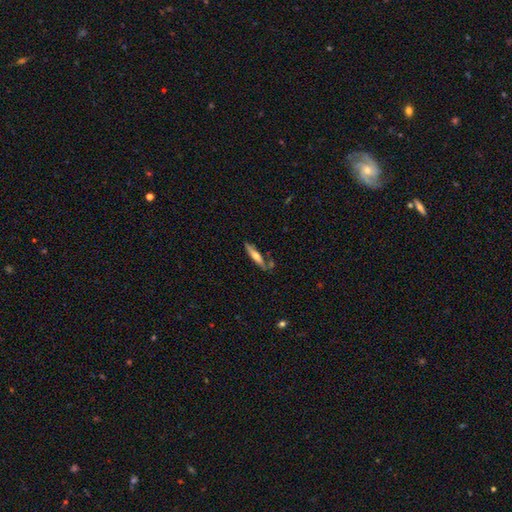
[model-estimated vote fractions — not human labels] This appears to be a smooth galaxy with no disk features (49%). Merging: none (70%).